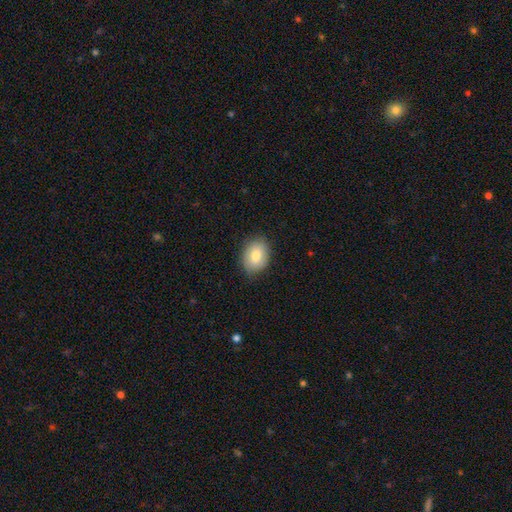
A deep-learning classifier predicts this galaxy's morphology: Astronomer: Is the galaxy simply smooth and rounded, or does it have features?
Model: smooth — 80%.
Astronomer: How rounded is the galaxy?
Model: in between — 72%.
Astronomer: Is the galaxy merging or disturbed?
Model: none — 83%.